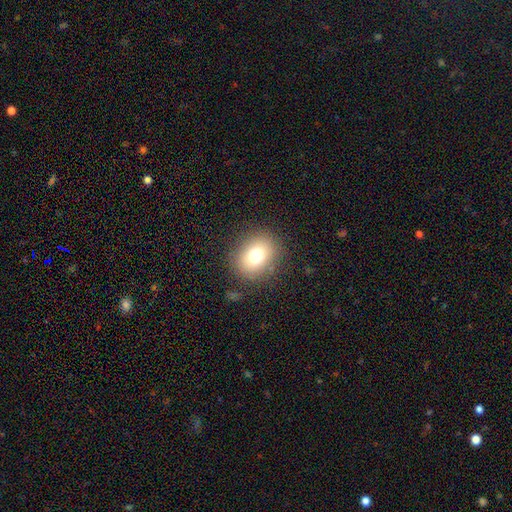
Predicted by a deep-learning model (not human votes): The model was most divided on "how rounded": round: 58%, in between: 41%, cigar-shaped: 1%. More confident: merging — none (83%); smooth or featured — smooth (75%).